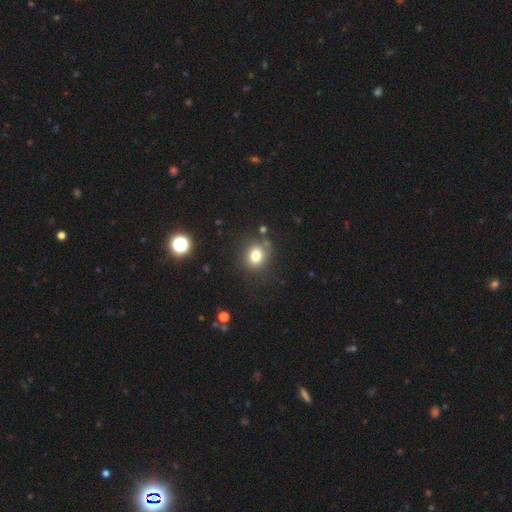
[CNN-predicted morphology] This is likely a smooth galaxy (78%). How rounded: likely round (72%). Merging: likely none (77%).